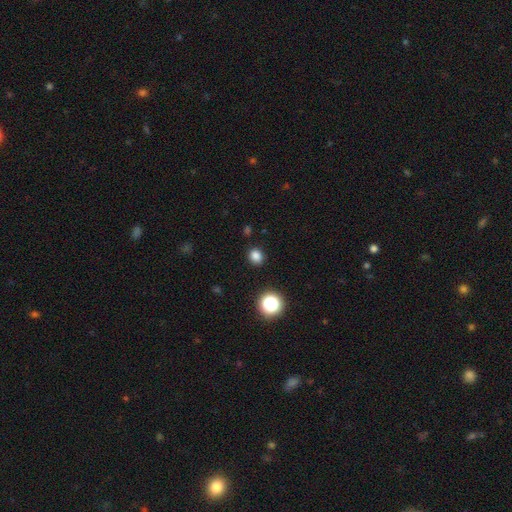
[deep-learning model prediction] Smooth or featured?
  - smooth: 82% *
  - star or artifact: 15%
  - featured or disk: 4%
How rounded?
  - round: 72% *
  - in between: 27%
  - cigar-shaped: 1%
Merging?
  - none: 90% *
  - minor disturbance: 7%
  - major disturbance: 2%
  - merger: 1%